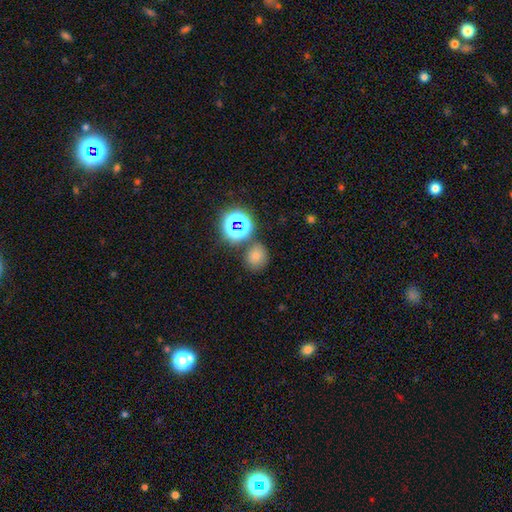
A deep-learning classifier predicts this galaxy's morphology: smooth-or-featured: smooth: 71% | star or artifact: 23% | featured or disk: 7%
  how-rounded: round: 75% | in between: 24% | cigar-shaped: 1%
  merging: none: 74% | minor disturbance: 11% | merger: 11% | major disturbance: 4%